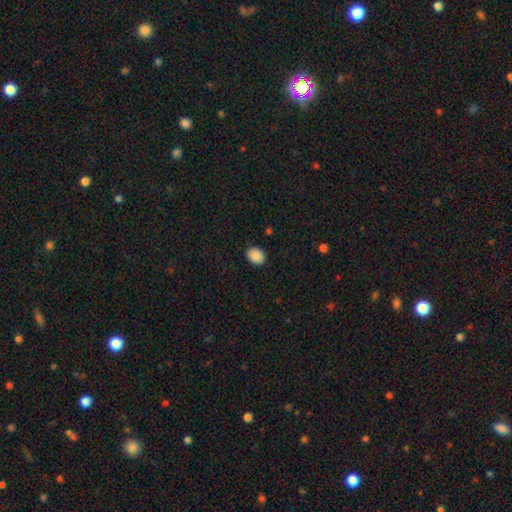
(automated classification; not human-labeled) Smooth or featured?
  - smooth: 89% *
  - star or artifact: 8%
  - featured or disk: 3%
How rounded?
  - in between: 66% *
  - round: 33%
  - cigar-shaped: 1%
Merging?
  - none: 89% *
  - minor disturbance: 8%
  - major disturbance: 2%
  - merger: 1%